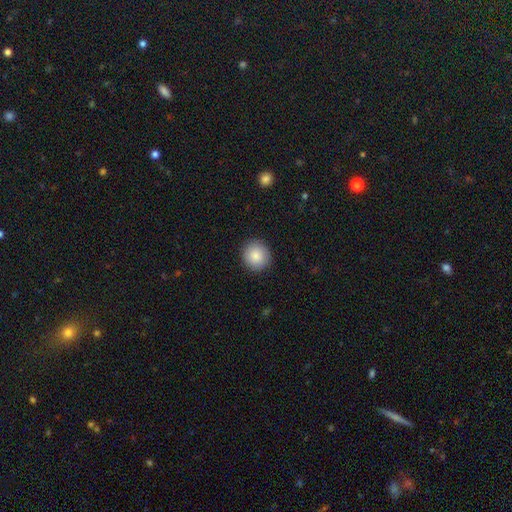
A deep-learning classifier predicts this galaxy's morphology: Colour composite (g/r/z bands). It shows a smooth galaxy with no disk features (87%) that is round (91%). Merging: none (91%).